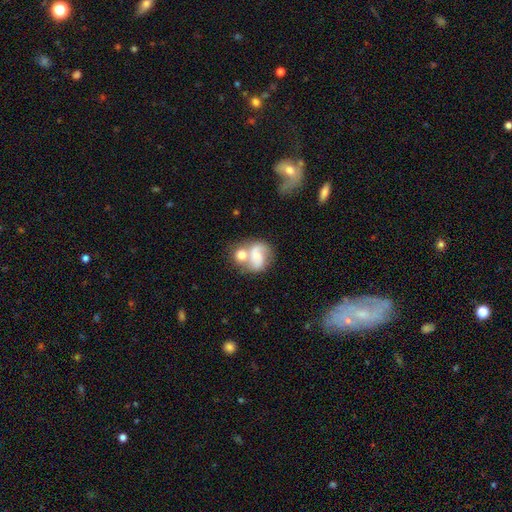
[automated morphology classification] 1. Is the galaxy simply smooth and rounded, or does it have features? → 52% featured or disk, 40% smooth, 8% star or artifact.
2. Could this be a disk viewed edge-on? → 97% no, 3% yes.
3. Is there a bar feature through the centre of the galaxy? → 59% no, 29% weak, 11% strong.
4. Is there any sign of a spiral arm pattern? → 73% yes, 27% no.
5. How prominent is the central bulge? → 37% small, 31% moderate, 19% none, 10% large, 4% dominant.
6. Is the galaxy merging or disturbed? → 55% merger, 24% none, 11% minor disturbance, 10% major disturbance.